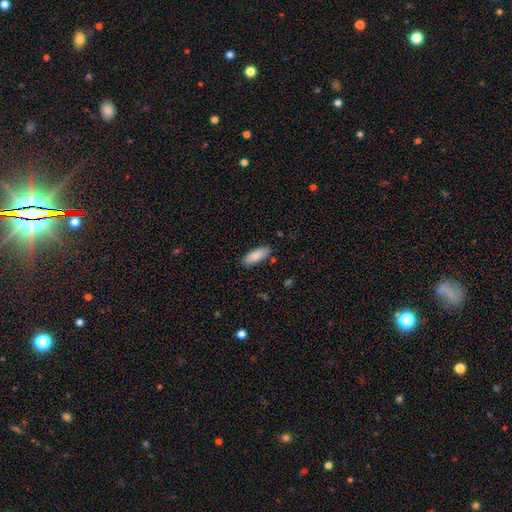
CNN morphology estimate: A smooth galaxy with no disk features (88%) that is in between round and cigar-shaped (71%). Merging: none (86%).